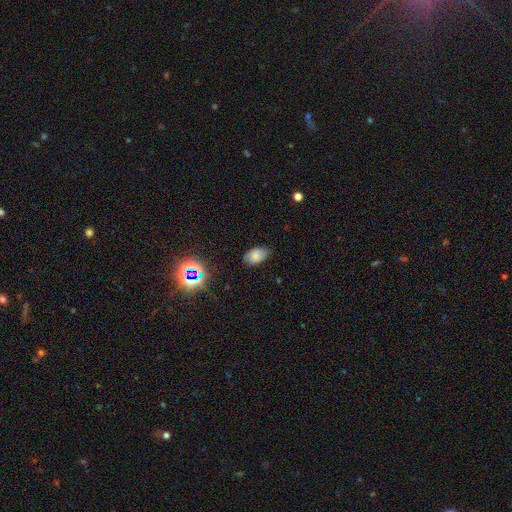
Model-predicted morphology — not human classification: smooth 73%, star or artifact 15%, featured or disk 12%. Down the decision tree: how rounded — in between (91%); merging — none (77%).